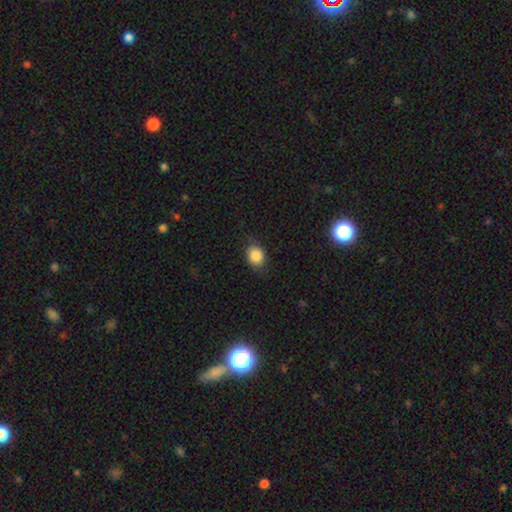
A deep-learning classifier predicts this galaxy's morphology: smooth 86%, star or artifact 9%, featured or disk 6%. Down the decision tree: how rounded — round (57%); merging — none (80%).